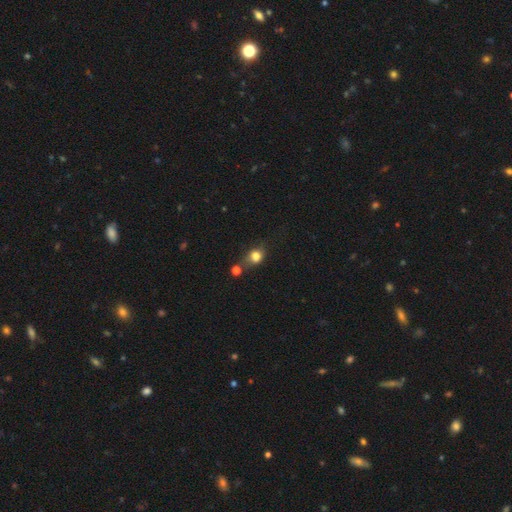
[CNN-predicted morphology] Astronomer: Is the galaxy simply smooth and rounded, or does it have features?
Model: smooth — 78%.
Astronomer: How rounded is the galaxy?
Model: round — 57% (runner-up: in between, 41%).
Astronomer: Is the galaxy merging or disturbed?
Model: none — 46% (runner-up: merger, 24%).